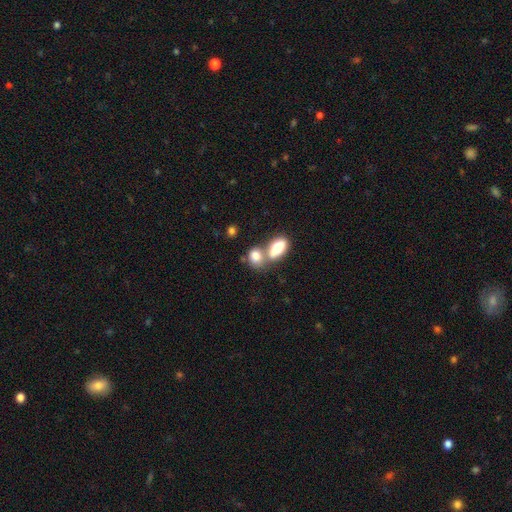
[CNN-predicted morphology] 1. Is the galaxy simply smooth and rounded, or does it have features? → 80% smooth, 12% featured or disk, 8% star or artifact.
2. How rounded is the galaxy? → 68% in between, 29% round, 3% cigar-shaped.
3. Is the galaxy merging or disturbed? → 57% merger, 31% none, 8% minor disturbance, 4% major disturbance.